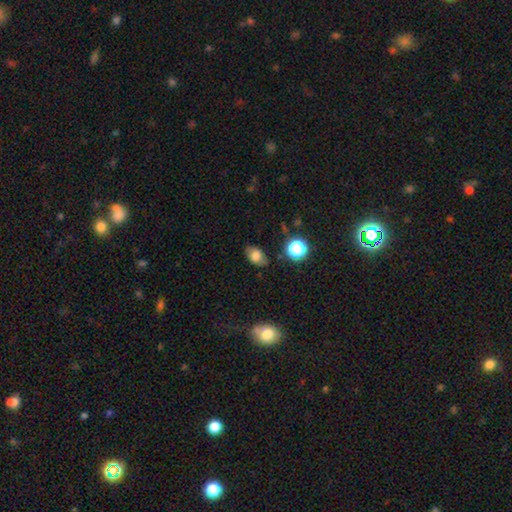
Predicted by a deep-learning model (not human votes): Smooth or featured: smooth — 75% (featured or disk — 13%)
How rounded: in between — 82% (round — 16%)
Merging: none — 77% (minor disturbance — 16%)